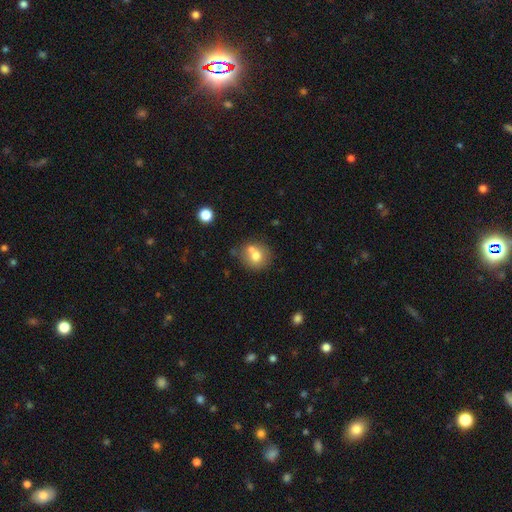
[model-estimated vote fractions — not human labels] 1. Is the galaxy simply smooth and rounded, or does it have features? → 71% smooth, 19% featured or disk, 10% star or artifact.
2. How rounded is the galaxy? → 80% round, 19% in between, 1% cigar-shaped.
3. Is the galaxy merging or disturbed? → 49% none, 35% merger, 12% minor disturbance, 4% major disturbance.